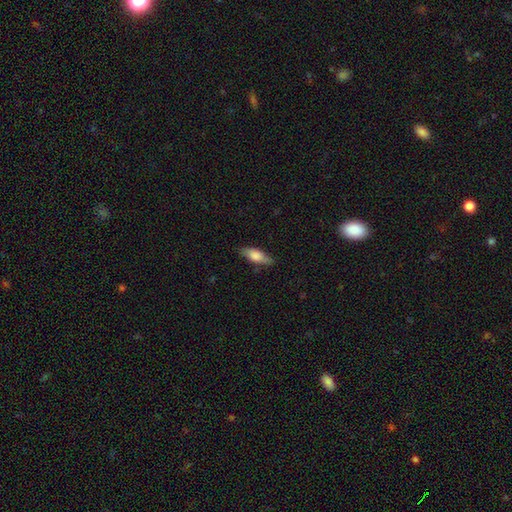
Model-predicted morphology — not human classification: type=smooth (71%); roundness=in between (66%); merging=none (79%).